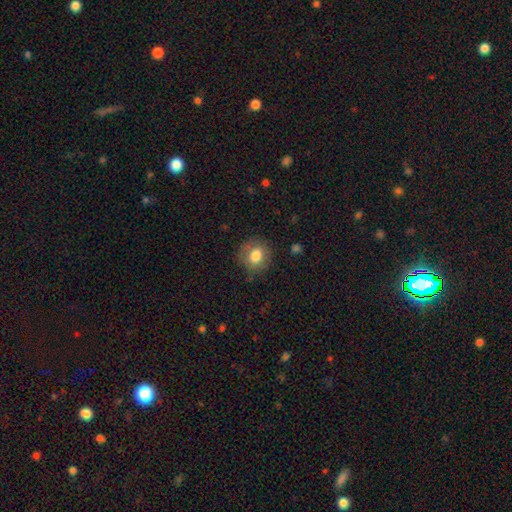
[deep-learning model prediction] Q: Smooth or featured?
A: smooth (79%); runner-up: featured or disk (13%)
Q: How rounded?
A: round (75%); runner-up: in between (24%)
Q: Merging?
A: none (79%); runner-up: minor disturbance (15%)